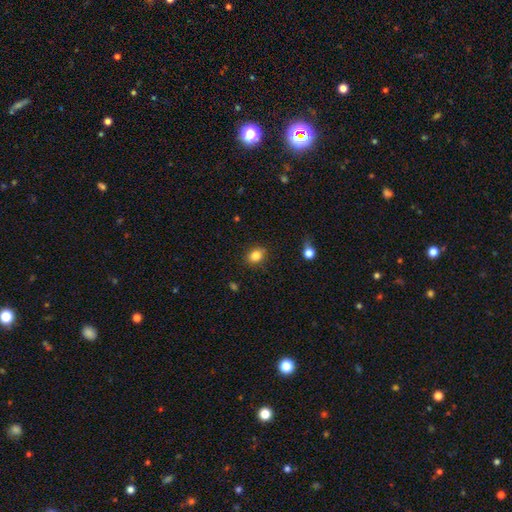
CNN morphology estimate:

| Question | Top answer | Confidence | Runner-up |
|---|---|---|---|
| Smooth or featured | smooth | 83% | star or artifact (11%) |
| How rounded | round | 53% | in between (46%) |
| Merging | none | 82% | minor disturbance (13%) |